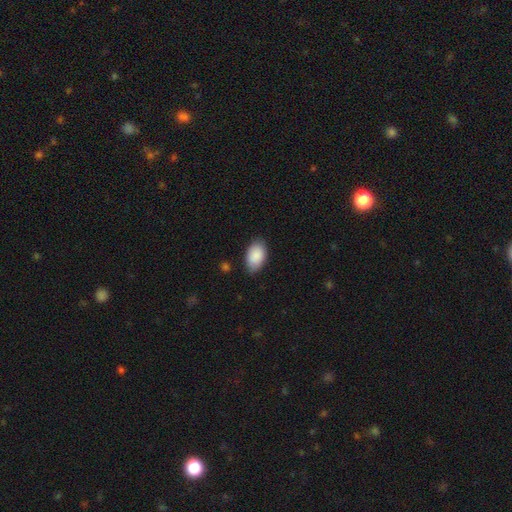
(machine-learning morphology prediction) This is clearly a smooth galaxy (90%). How rounded: clearly in between (93%). Merging: likely none (80%).